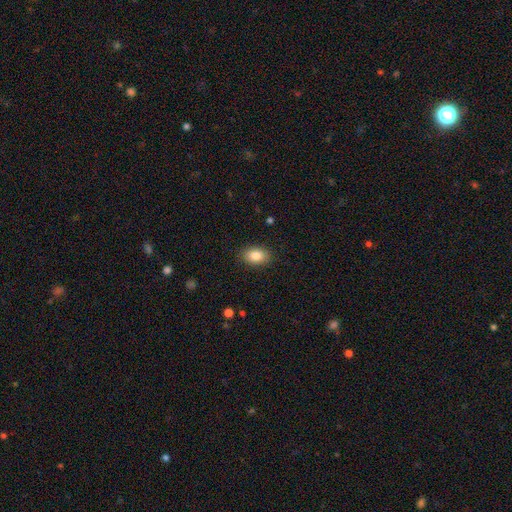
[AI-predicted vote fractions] smooth_or_featured: smooth (p=0.86) [alt: star or artifact p=0.08]
how_rounded: in between (p=0.84) [alt: round p=0.15]
merging: none (p=0.88) [alt: minor disturbance p=0.09]